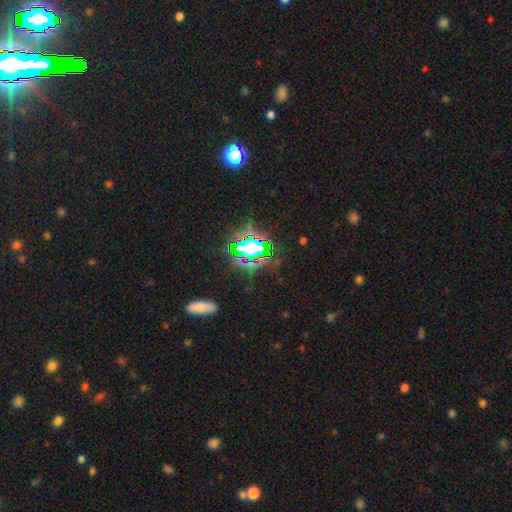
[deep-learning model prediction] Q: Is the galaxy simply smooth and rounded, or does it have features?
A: star or artifact — 67%.